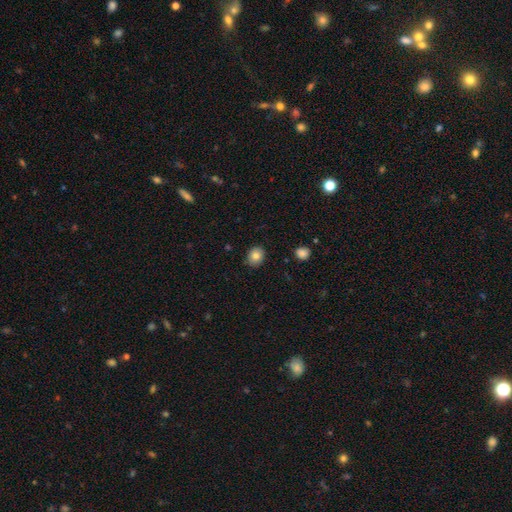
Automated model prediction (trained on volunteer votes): Morphology: type=smooth (81%); roundness=round (60%); merging=none (86%).